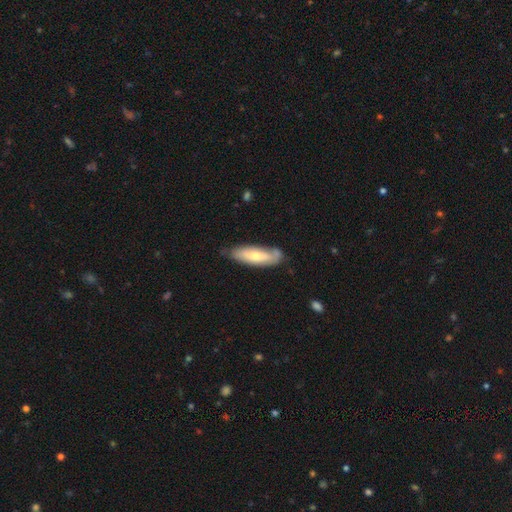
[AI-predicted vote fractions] Morphology: type=smooth (50%); merging=none (64%).